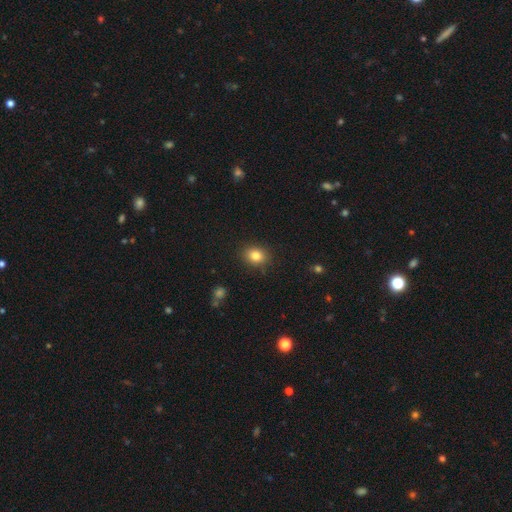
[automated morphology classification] This is clearly a smooth galaxy (82%). How rounded: possibly round (55%). Merging: clearly none (88%).